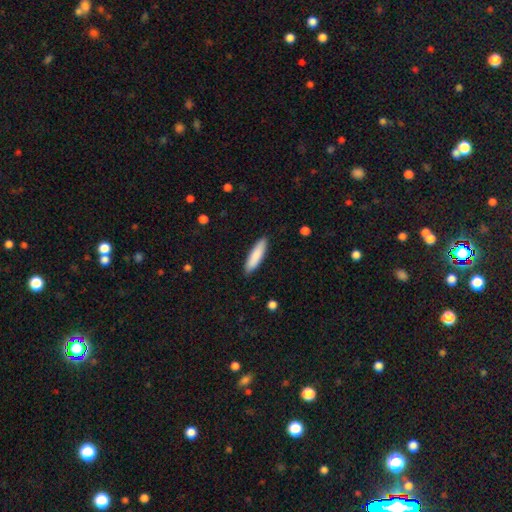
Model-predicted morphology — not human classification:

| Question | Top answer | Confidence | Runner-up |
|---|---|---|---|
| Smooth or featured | smooth | 85% | featured or disk (9%) |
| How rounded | cigar-shaped | 70% | in between (29%) |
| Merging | none | 89% | minor disturbance (8%) |